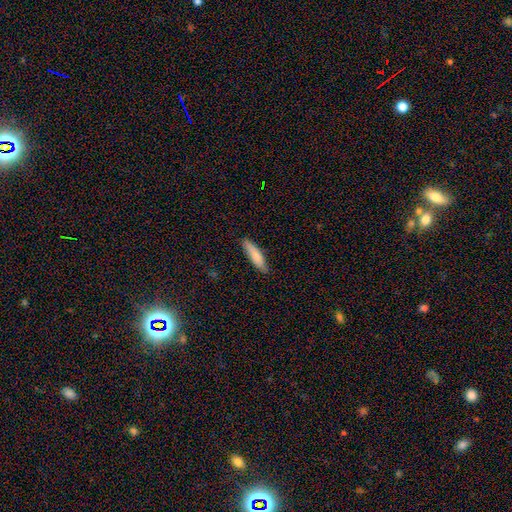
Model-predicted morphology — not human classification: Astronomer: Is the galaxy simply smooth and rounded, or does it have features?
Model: smooth — 81%.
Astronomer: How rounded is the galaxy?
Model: cigar-shaped — 77%.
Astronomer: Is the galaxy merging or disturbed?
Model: none — 83%.